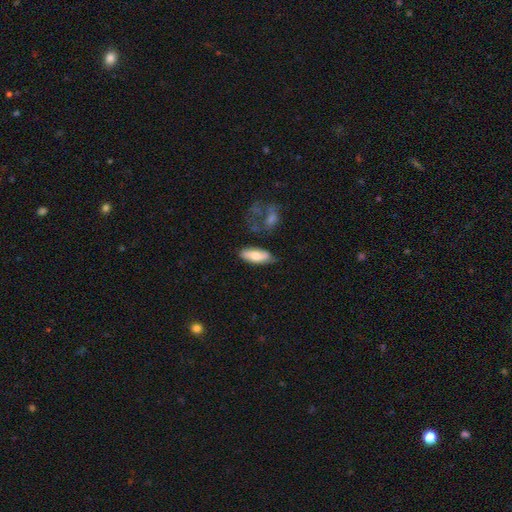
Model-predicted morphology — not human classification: A smooth galaxy with no disk features (67%) that is in between round and cigar-shaped (75%).

Vote fractions:
- Smooth or featured? smooth: 67% / featured or disk: 27% / star or artifact: 6%
- How rounded? in between: 75% / cigar-shaped: 22% / round: 2%
- Merging? none: 70% / minor disturbance: 20% / major disturbance: 5% / merger: 5%